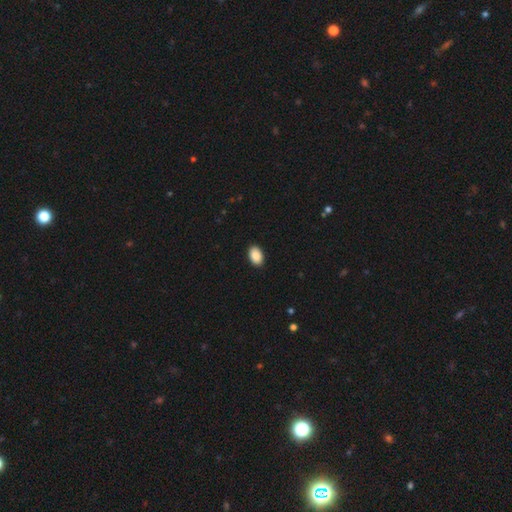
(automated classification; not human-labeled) This appears to be a smooth galaxy with no disk features (90%) that is in between round and cigar-shaped (91%). Merging: none (91%).